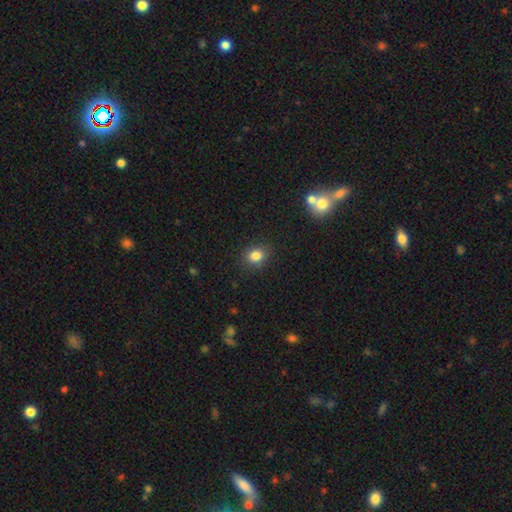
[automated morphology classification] type=smooth (83%); roundness=round (57%); merging=none (87%).